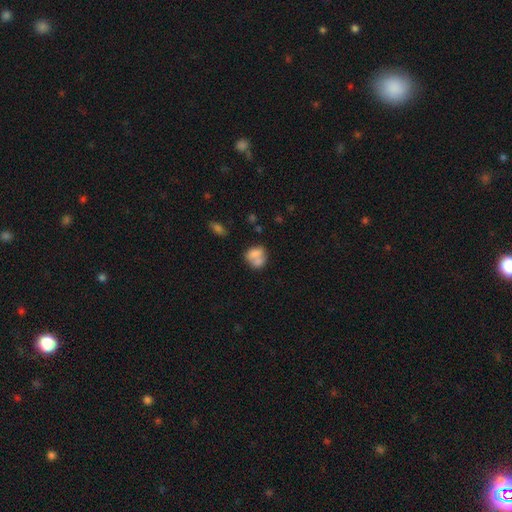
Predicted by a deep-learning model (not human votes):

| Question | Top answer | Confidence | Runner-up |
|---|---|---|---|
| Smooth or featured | smooth | 70% | featured or disk (21%) |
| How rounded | round | 52% | in between (47%) |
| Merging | merger | 44% | none (33%) |